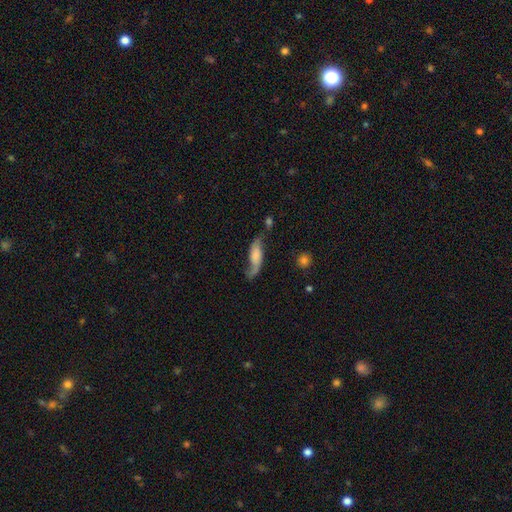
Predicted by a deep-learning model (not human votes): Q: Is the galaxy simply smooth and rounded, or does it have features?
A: featured or disk — 64%.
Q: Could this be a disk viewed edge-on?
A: no — 85%.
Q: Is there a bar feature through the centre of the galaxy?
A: no — 61%.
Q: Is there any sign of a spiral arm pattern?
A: yes — 90%.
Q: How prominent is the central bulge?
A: none — 28%.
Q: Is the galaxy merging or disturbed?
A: none — 50%.